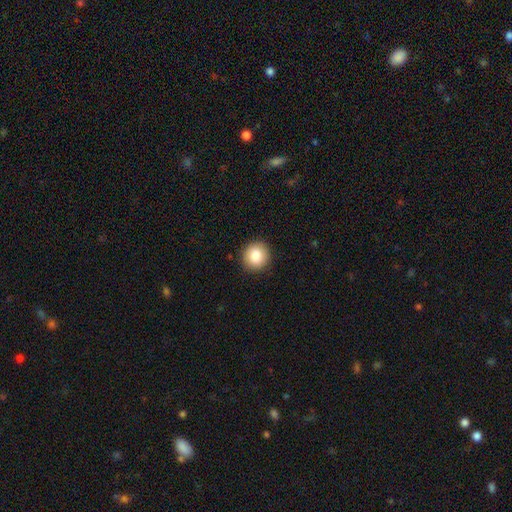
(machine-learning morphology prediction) Smooth or featured: smooth — 86% (star or artifact — 8%)
How rounded: round — 88% (in between — 11%)
Merging: none — 90% (minor disturbance — 7%)